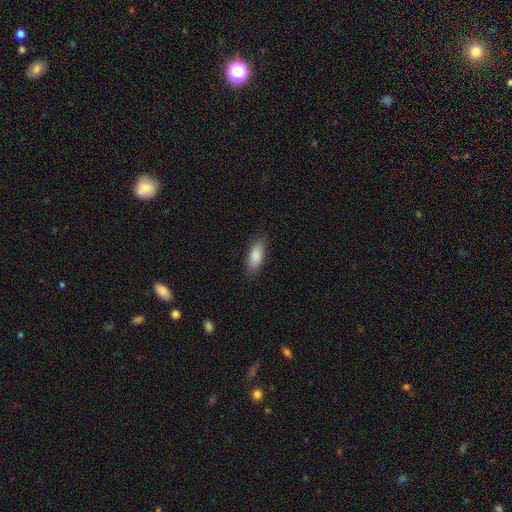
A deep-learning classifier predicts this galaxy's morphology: Smooth or featured? Predicted: smooth (p=0.87). How rounded? Predicted: in between (p=0.81). Merging? Predicted: none (p=0.85).